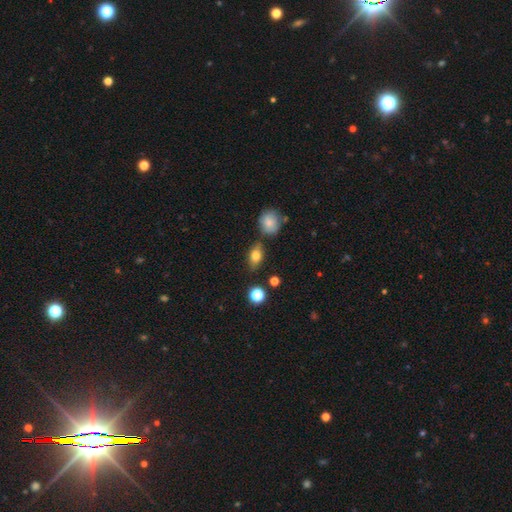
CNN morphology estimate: Smooth or featured: smooth — 76% (featured or disk — 14%)
How rounded: in between — 80% (round — 15%)
Merging: none — 76% (minor disturbance — 14%)